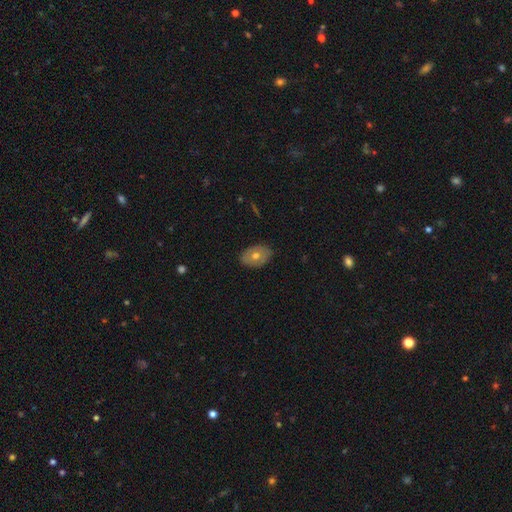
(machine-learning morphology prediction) type=smooth (53%); roundness=in between (76%); merging=none (85%).